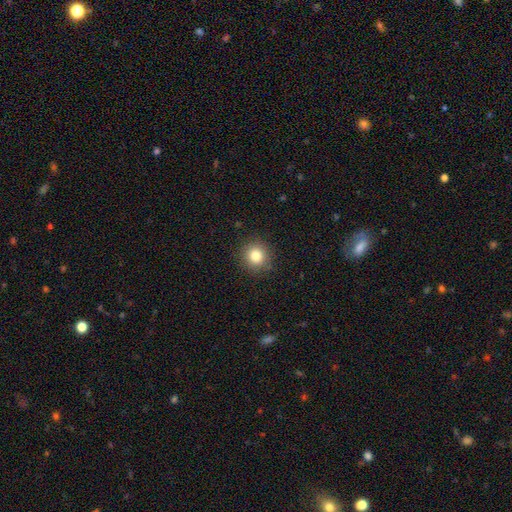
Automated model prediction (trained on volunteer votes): Morphology: type=smooth (82%); roundness=round (91%); merging=none (90%).